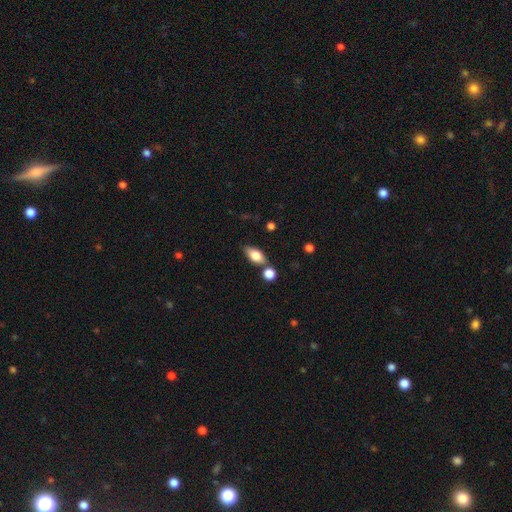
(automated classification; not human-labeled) smooth_or_featured: smooth (p=0.79) [alt: featured or disk p=0.13]
how_rounded: in between (p=0.85) [alt: cigar-shaped p=0.08]
merging: none (p=0.67) [alt: merger p=0.15]